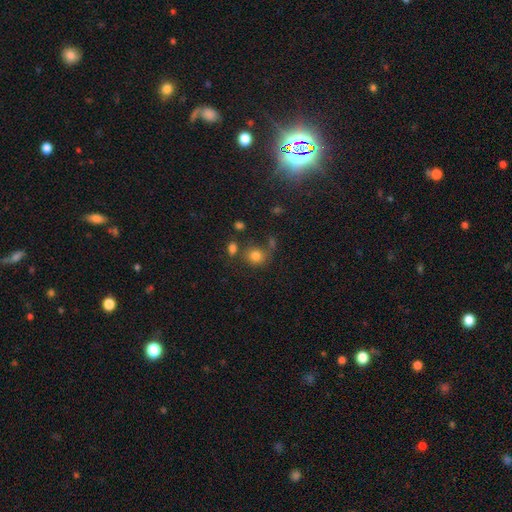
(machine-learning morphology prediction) Smooth or featured?
  - smooth: 78% *
  - star or artifact: 13%
  - featured or disk: 9%
How rounded?
  - round: 76% *
  - in between: 23%
  - cigar-shaped: 1%
Merging?
  - none: 61% *
  - merger: 17%
  - minor disturbance: 15%
  - major disturbance: 8%